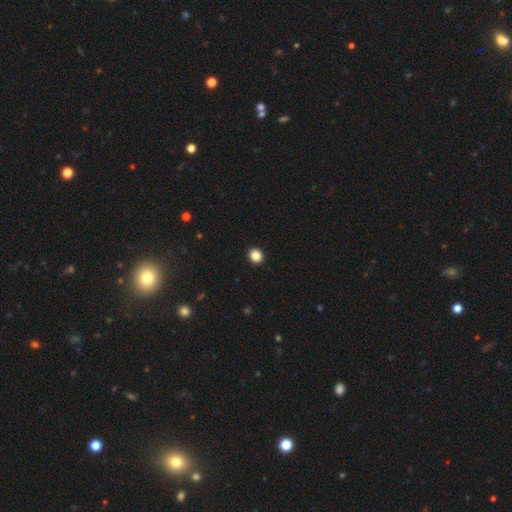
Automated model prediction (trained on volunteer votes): Morphology: type=smooth (86%); roundness=round (84%); merging=none (94%).